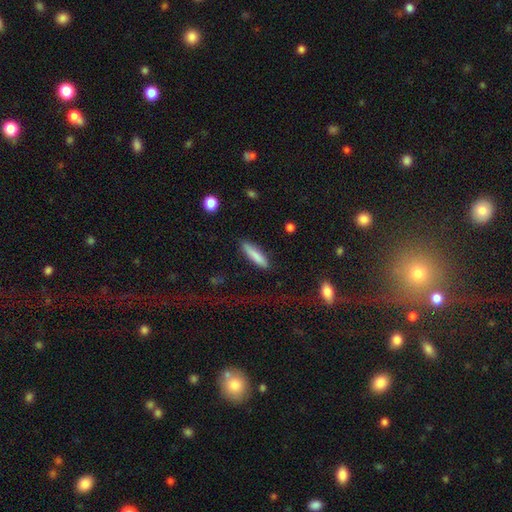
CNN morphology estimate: Overall: smooth (82%). How rounded: cigar-shaped (81%). Merging: none (86%).